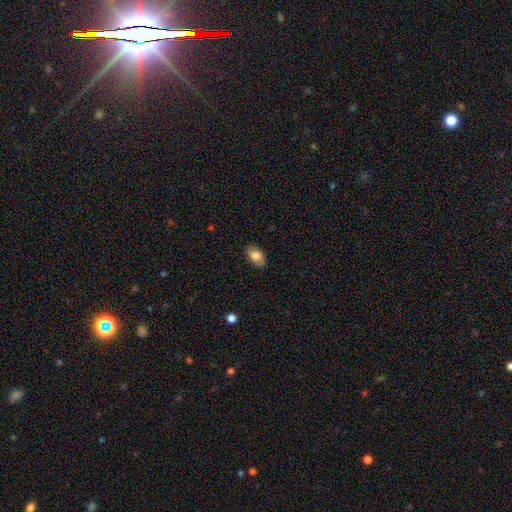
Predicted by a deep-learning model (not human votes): A smooth galaxy with no disk features (75%) that is in between round and cigar-shaped (91%).

Vote fractions:
- Smooth or featured? smooth: 75% / featured or disk: 18% / star or artifact: 7%
- How rounded? in between: 91% / round: 7% / cigar-shaped: 2%
- Merging? none: 82% / minor disturbance: 14% / major disturbance: 3% / merger: 1%